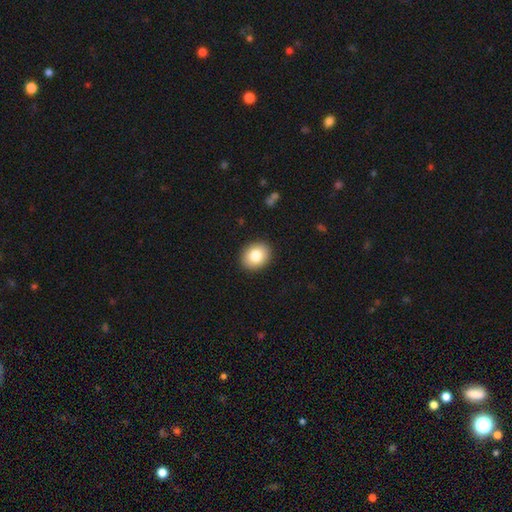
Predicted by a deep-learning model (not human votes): Overall: smooth (83%). How rounded: in between (55%; round 44%). Merging: none (91%).